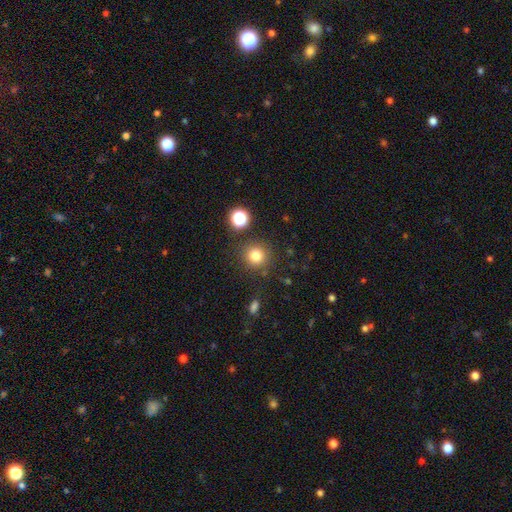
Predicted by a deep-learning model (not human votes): This is clearly a smooth galaxy (80%). How rounded: clearly round (92%). Merging: clearly none (84%).